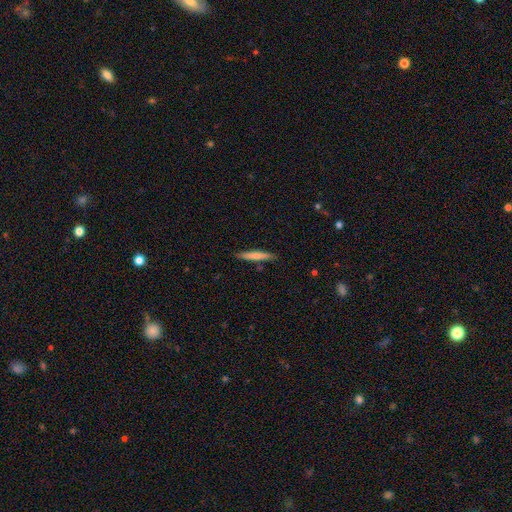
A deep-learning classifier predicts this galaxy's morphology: A smooth galaxy with no disk features (66%) that is cigar-shaped (93%). Merging: none (88%).